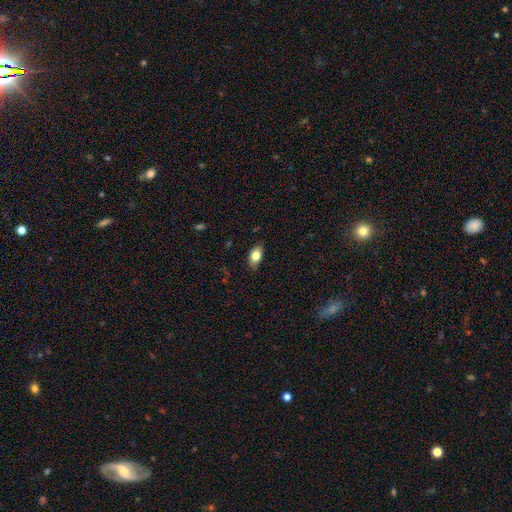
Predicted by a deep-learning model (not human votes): This is likely a smooth galaxy (79%). How rounded: clearly in between (89%). Merging: clearly none (83%).